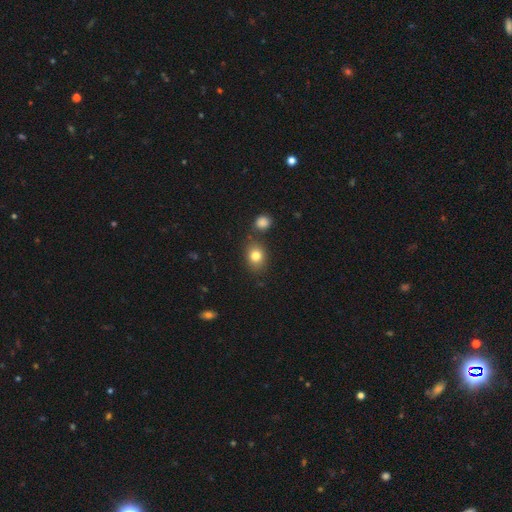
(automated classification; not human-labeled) The model was most divided on "how rounded": in between: 50%, round: 49%, cigar-shaped: 1%. More confident: smooth or featured — smooth (81%); merging — none (77%).